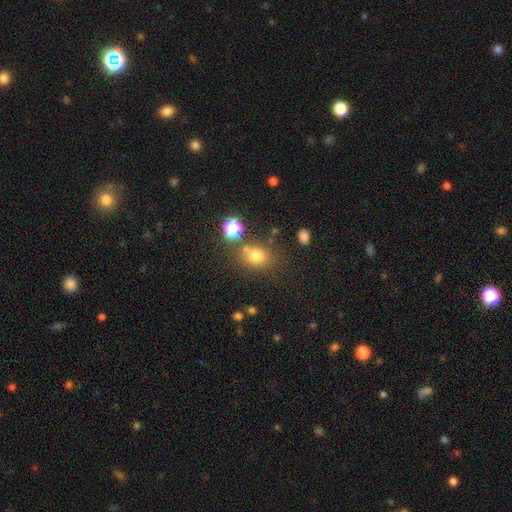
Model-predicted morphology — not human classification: Smooth or featured? Predicted: smooth (p=0.73). How rounded? Predicted: round (p=0.59). Merging? Predicted: none (p=0.68).